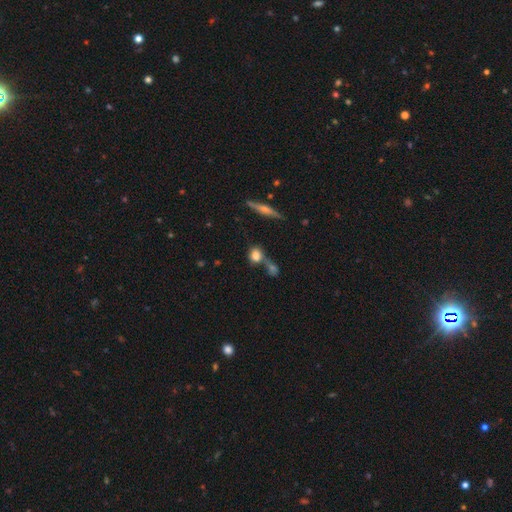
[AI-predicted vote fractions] Smooth or featured? smooth (74%)
How rounded? round (64%)
Merging? none (48%)